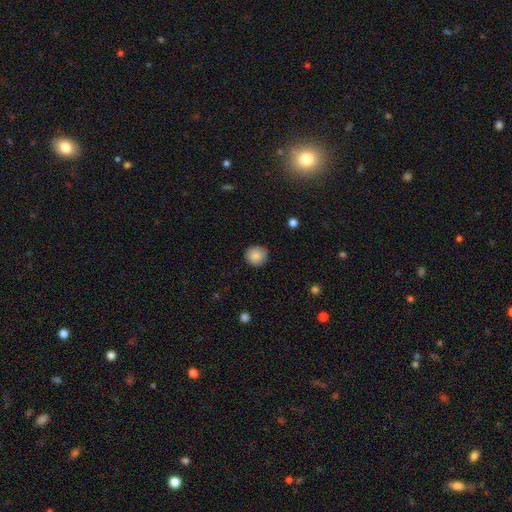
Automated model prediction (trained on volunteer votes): smooth 87%, star or artifact 8%, featured or disk 4%. Down the decision tree: how rounded — round (93%); merging — none (89%).